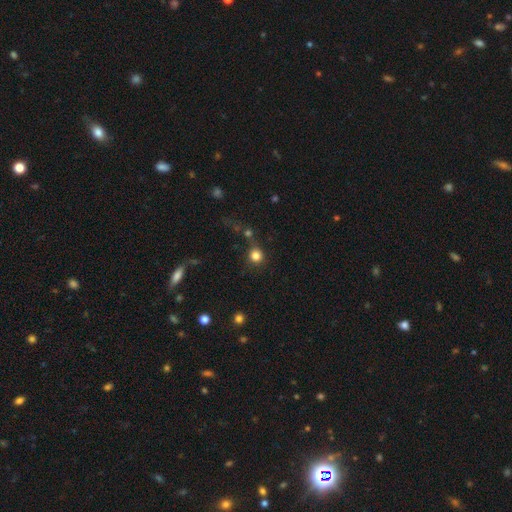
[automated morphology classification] This is clearly a smooth galaxy (82%). How rounded: clearly round (91%). Merging: likely none (71%).